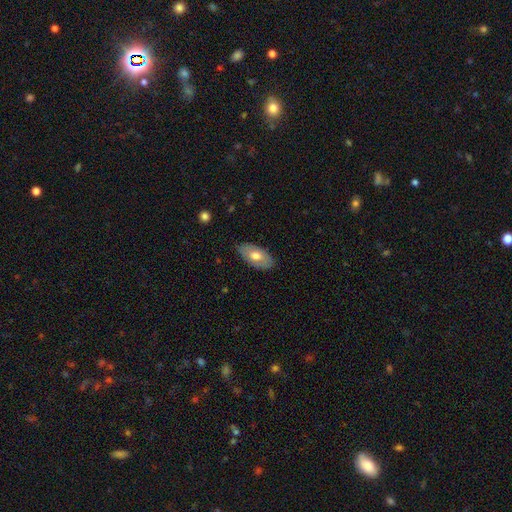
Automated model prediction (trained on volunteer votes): Smooth or featured: smooth — 63% (featured or disk — 31%)
How rounded: in between — 94% (cigar-shaped — 3%)
Merging: none — 79% (minor disturbance — 17%)